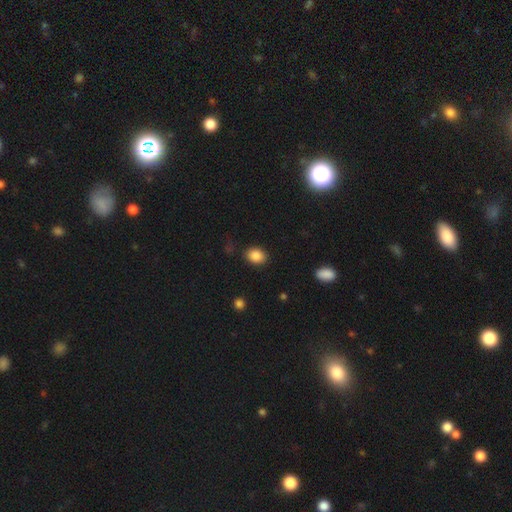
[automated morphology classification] Smooth or featured? smooth (87%)
How rounded? in between (58%)
Merging? none (86%)